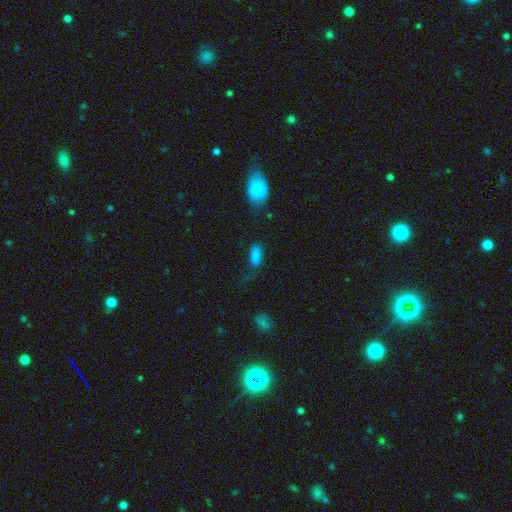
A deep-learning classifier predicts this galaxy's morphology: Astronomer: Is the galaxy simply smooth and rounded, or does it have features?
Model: smooth — 81%.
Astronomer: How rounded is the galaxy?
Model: in between — 83%.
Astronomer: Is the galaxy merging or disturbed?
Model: none — 50% (runner-up: minor disturbance, 26%).